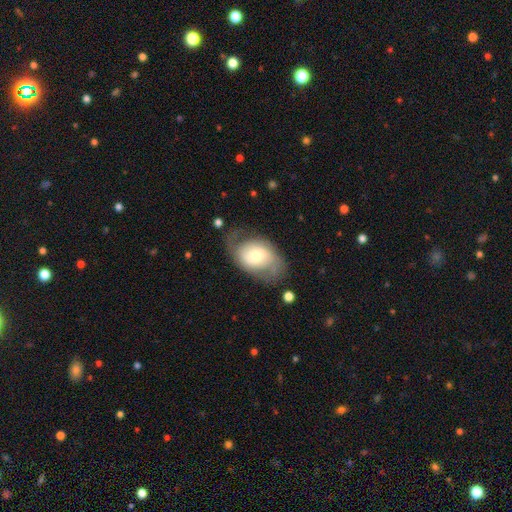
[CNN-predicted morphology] featured or disk 56%, smooth 37%, star or artifact 7%. Down the decision tree: edge-on disk — no (95%); bar — no (59%); spiral arms — yes (78%); bulge size — moderate (49%); merging — none (56%).